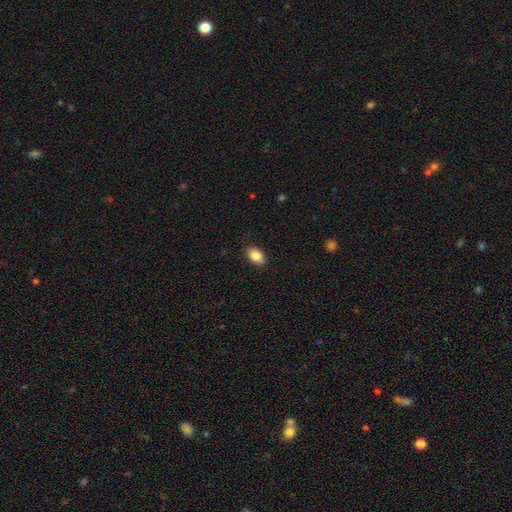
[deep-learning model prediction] smooth-or-featured: smooth: 86% | star or artifact: 8% | featured or disk: 6%
  how-rounded: in between: 82% | round: 16% | cigar-shaped: 1%
  merging: none: 88% | minor disturbance: 9% | major disturbance: 2% | merger: 1%